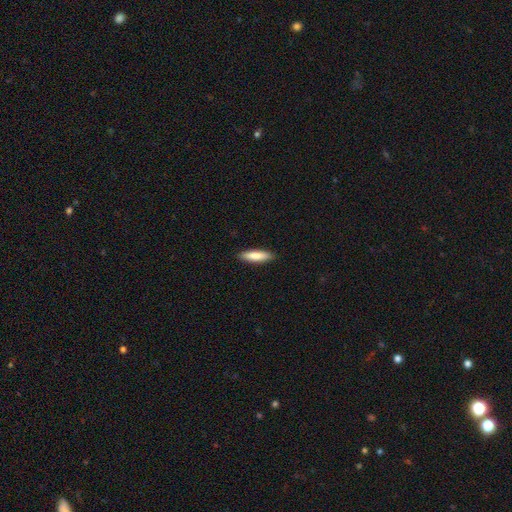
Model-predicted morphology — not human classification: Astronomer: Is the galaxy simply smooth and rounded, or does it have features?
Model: smooth — 81%.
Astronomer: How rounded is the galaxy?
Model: cigar-shaped — 70%.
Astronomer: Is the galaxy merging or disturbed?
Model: none — 89%.